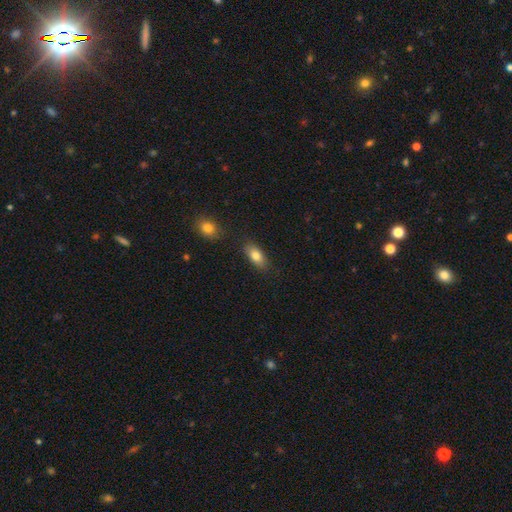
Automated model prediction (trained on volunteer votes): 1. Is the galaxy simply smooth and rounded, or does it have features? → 82% smooth, 11% featured or disk, 8% star or artifact.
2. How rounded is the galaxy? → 87% in between, 8% cigar-shaped, 5% round.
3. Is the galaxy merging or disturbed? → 81% none, 12% minor disturbance, 4% merger, 3% major disturbance.